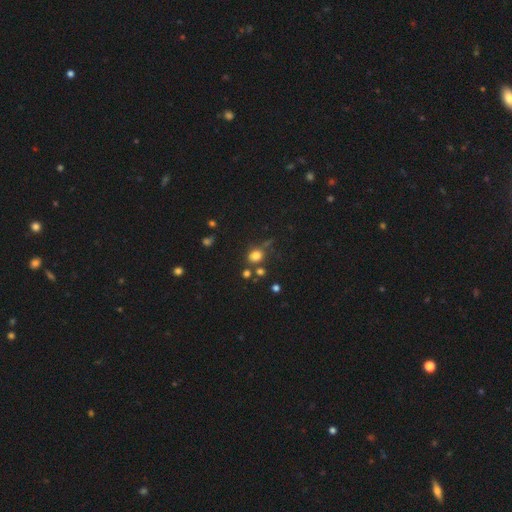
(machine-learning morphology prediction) smooth_or_featured: smooth (p=0.78) [alt: star or artifact p=0.15]
how_rounded: round (p=0.64) [alt: in between p=0.34]
merging: none (p=0.66) [alt: minor disturbance p=0.15]